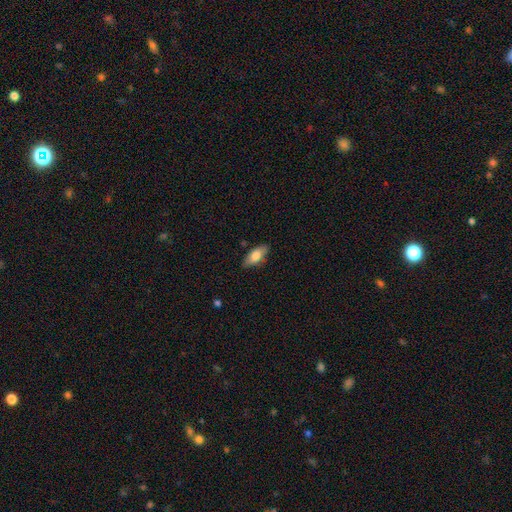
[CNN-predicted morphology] Smooth or featured: smooth — 76% (featured or disk — 18%)
How rounded: in between — 83% (cigar-shaped — 14%)
Merging: none — 81% (minor disturbance — 15%)